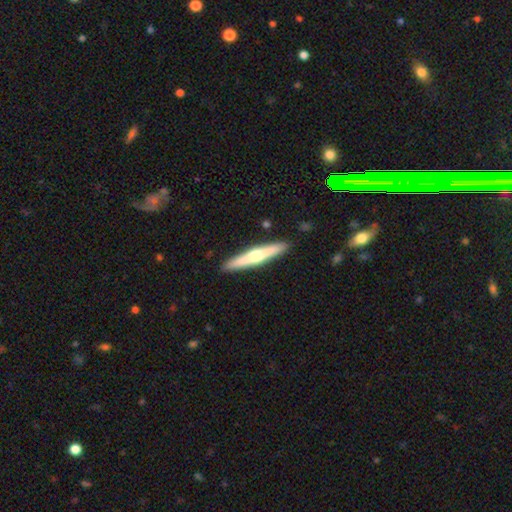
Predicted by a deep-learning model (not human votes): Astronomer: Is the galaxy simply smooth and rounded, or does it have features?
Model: featured or disk — 53% (runner-up: smooth, 42%).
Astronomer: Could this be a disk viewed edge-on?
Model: yes — 96%.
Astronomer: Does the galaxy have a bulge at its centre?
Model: rounded — 87%.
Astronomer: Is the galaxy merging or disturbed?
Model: none — 91%.